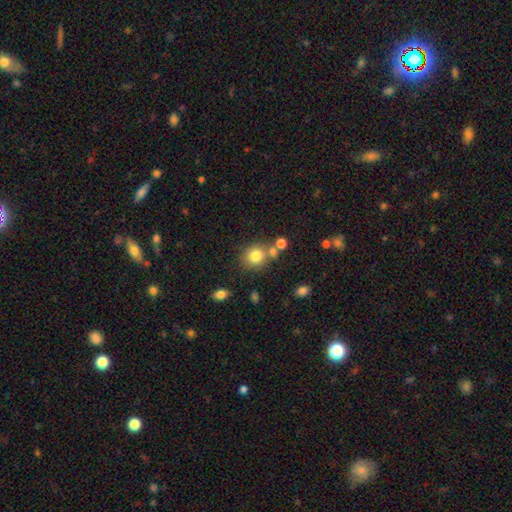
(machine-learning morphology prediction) Q: Smooth or featured?
A: smooth (79%); runner-up: star or artifact (12%)
Q: How rounded?
A: round (82%); runner-up: in between (17%)
Q: Merging?
A: none (66%); runner-up: merger (19%)